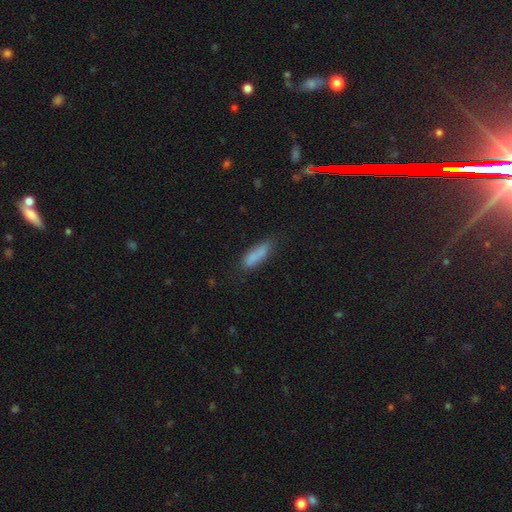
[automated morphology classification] type=smooth (83%); roundness=cigar-shaped (54%); merging=none (71%).